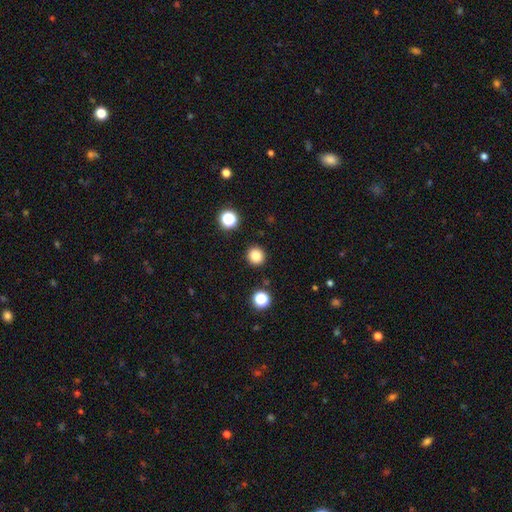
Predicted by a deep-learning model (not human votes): This appears to be a smooth galaxy with no disk features (82%) that is round (93%). Merging: none (91%).